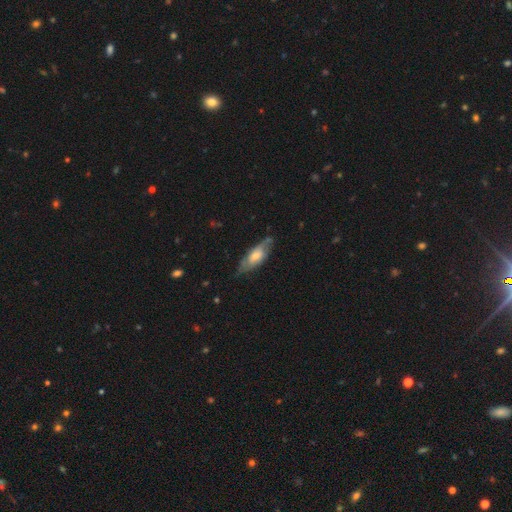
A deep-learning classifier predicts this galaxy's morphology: Smooth or featured? Predicted: featured or disk (p=0.49). Merging? Predicted: none (p=0.66).